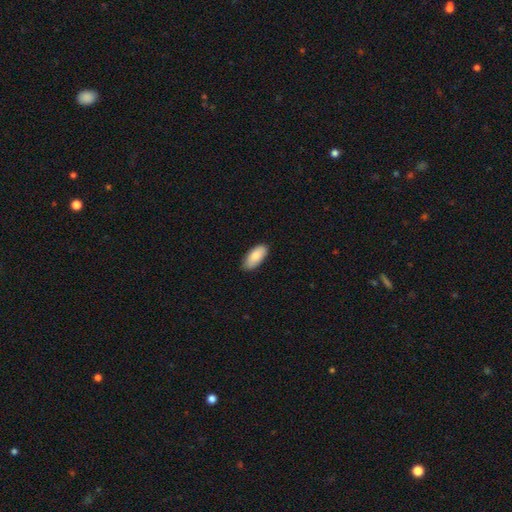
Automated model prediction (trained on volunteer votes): Q: Smooth or featured?
A: smooth (86%); runner-up: featured or disk (8%)
Q: How rounded?
A: in between (90%); runner-up: cigar-shaped (8%)
Q: Merging?
A: none (85%); runner-up: minor disturbance (12%)